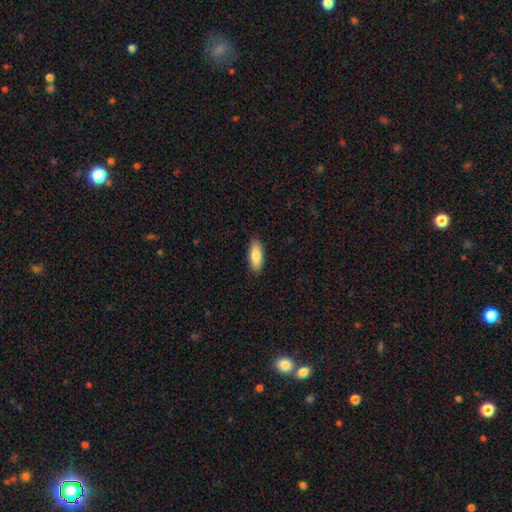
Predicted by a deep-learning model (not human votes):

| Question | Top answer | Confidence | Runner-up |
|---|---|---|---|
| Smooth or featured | smooth | 83% | featured or disk (11%) |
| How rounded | in between | 78% | cigar-shaped (20%) |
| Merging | none | 90% | minor disturbance (8%) |